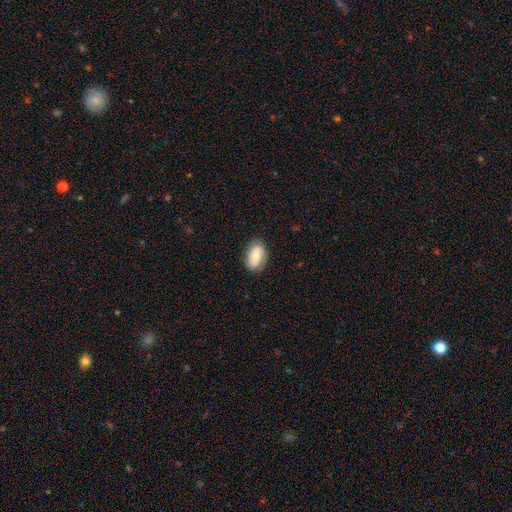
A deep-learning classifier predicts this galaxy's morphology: Q: Smooth or featured?
A: smooth (55%); runner-up: featured or disk (38%)
Q: How rounded?
A: in between (87%); runner-up: round (11%)
Q: Merging?
A: none (81%); runner-up: minor disturbance (14%)